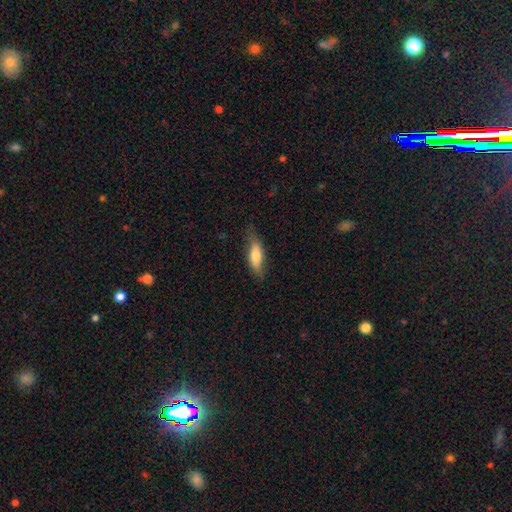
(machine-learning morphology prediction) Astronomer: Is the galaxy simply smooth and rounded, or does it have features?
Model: smooth — 68%.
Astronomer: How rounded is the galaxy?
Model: in between — 56% (runner-up: cigar-shaped, 41%).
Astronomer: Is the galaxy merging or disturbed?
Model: none — 67%.